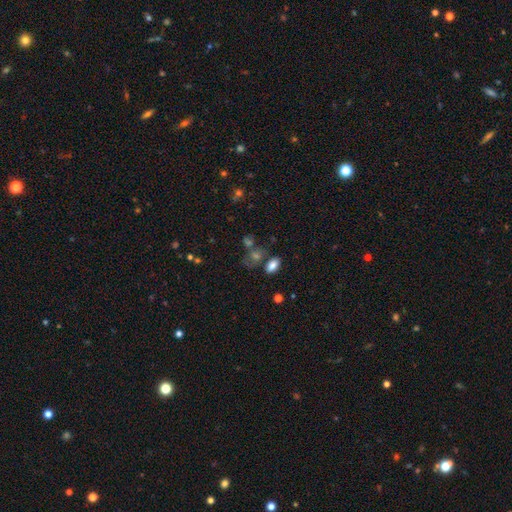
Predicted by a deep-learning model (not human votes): Smooth or featured: smooth — 59% (star or artifact — 26%)
How rounded: in between — 79% (round — 17%)
Merging: none — 54% (merger — 21%)